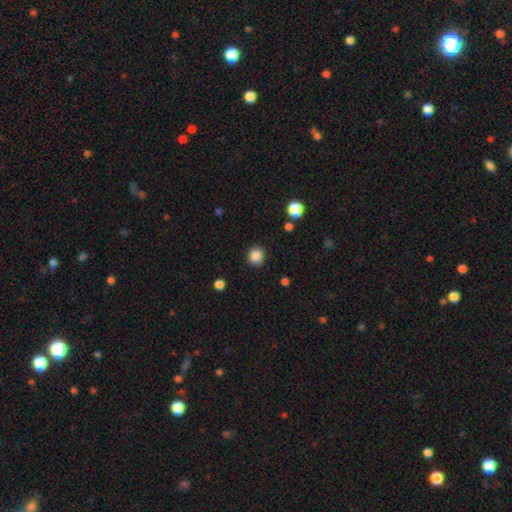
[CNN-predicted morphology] A smooth galaxy with no disk features (86%) that is round (85%).

Vote fractions:
- Smooth or featured? smooth: 86% / star or artifact: 11% / featured or disk: 3%
- How rounded? round: 85% / in between: 14% / cigar-shaped: 1%
- Merging? none: 90% / minor disturbance: 6% / major disturbance: 2% / merger: 1%